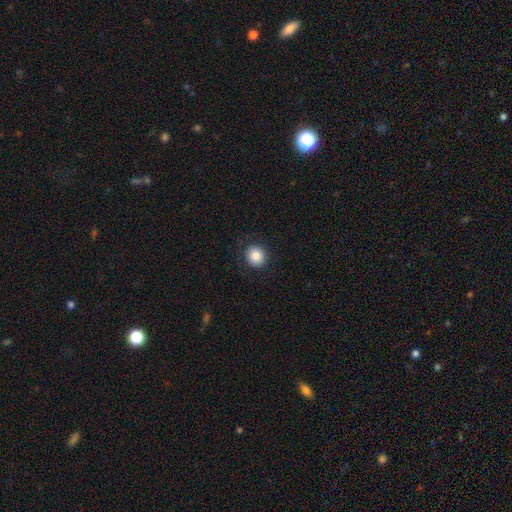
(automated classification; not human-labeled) A smooth galaxy with no disk features (87%) that is round (88%). Merging: none (89%).